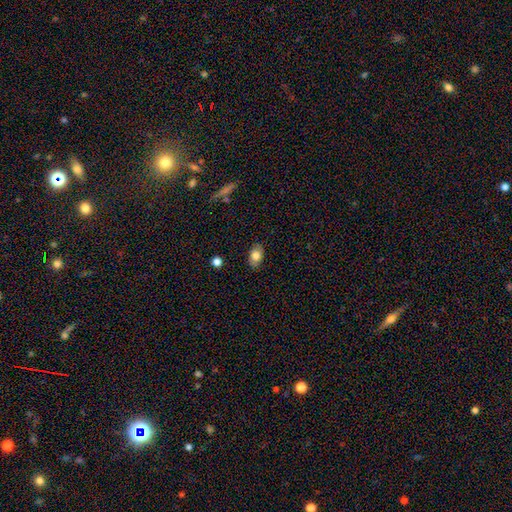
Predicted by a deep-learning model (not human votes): Smooth or featured? Predicted: smooth (p=0.78). How rounded? Predicted: in between (p=0.87). Merging? Predicted: none (p=0.84).